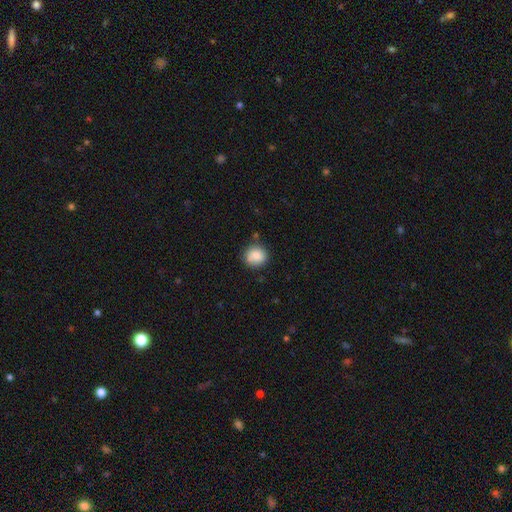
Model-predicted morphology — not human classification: smooth 83%, featured or disk 9%, star or artifact 8%. Down the decision tree: how rounded — round (82%); merging — none (76%).